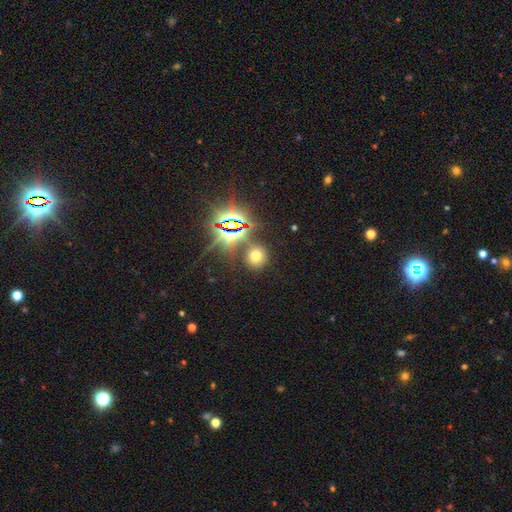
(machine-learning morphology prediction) Smooth or featured: smooth — 59% (star or artifact — 32%)
How rounded: round — 85% (in between — 14%)
Merging: none — 78% (minor disturbance — 10%)